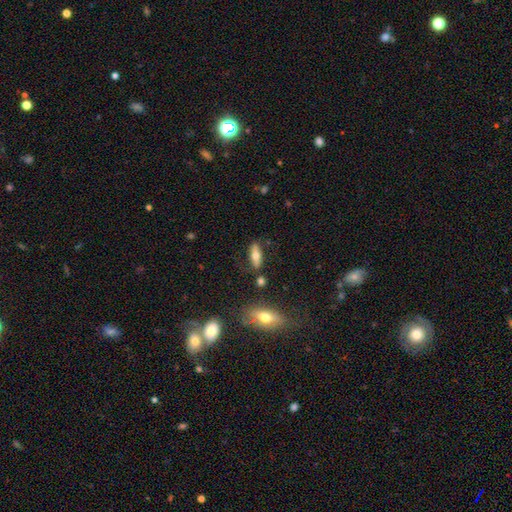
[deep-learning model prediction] This is possibly a smooth galaxy (57%). How rounded: possibly in between (57%). Merging: likely none (74%).